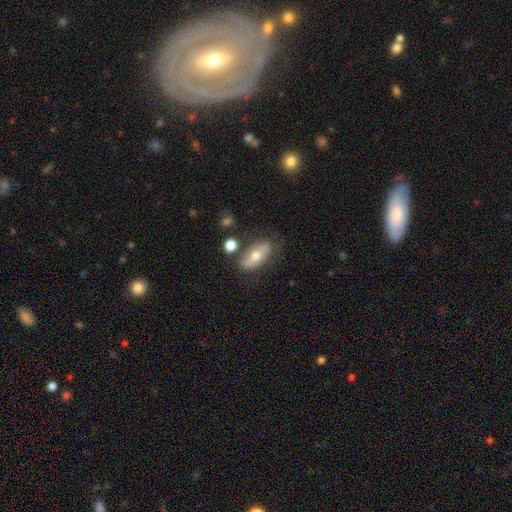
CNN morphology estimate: smooth-or-featured: smooth: 50% | featured or disk: 43% | star or artifact: 8%
  merging: none: 70% | minor disturbance: 17% | major disturbance: 7% | merger: 6%